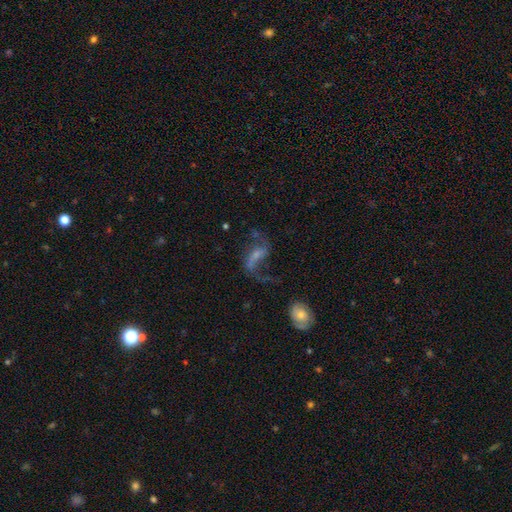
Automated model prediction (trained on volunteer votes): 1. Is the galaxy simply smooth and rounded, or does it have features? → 73% featured or disk, 16% smooth, 11% star or artifact.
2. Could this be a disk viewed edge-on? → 96% no, 4% yes.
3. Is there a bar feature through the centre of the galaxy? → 41% weak, 31% no, 29% strong.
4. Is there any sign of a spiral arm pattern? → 87% yes, 13% no.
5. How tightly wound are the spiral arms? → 77% loose, 18% medium, 5% tight.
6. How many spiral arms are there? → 78% 2, 16% 1, 4% can't tell, 1% 3, 1% 4, 1% more than 4.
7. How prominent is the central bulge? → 55% small, 24% moderate, 17% none, 3% large, 2% dominant.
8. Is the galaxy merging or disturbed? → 43% none, 33% major disturbance, 16% minor disturbance, 7% merger.